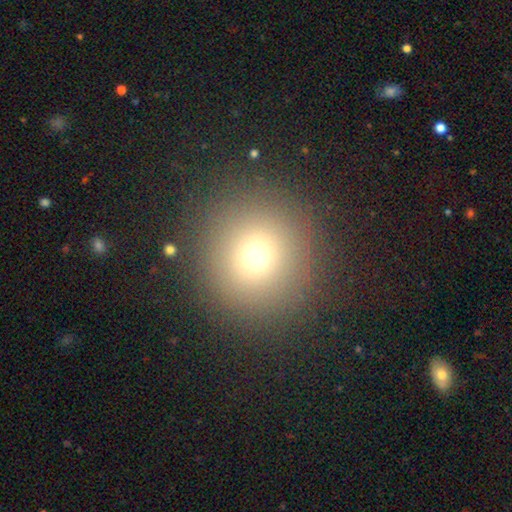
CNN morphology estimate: The model was most divided on "smooth or featured": smooth: 70%, star or artifact: 19%, featured or disk: 10%. More confident: how rounded — round (95%); merging — none (90%).